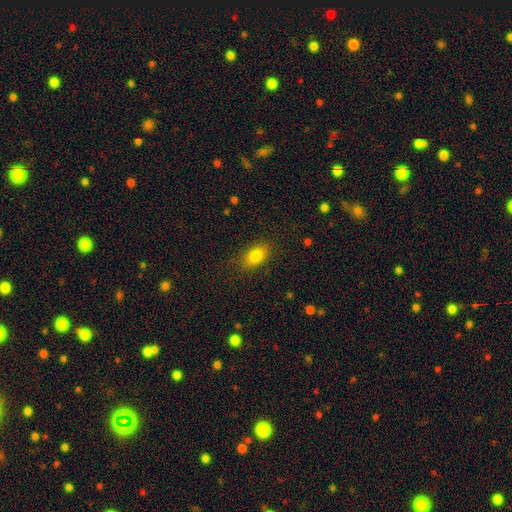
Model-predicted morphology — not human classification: type=smooth (82%); roundness=in between (86%); merging=none (84%).